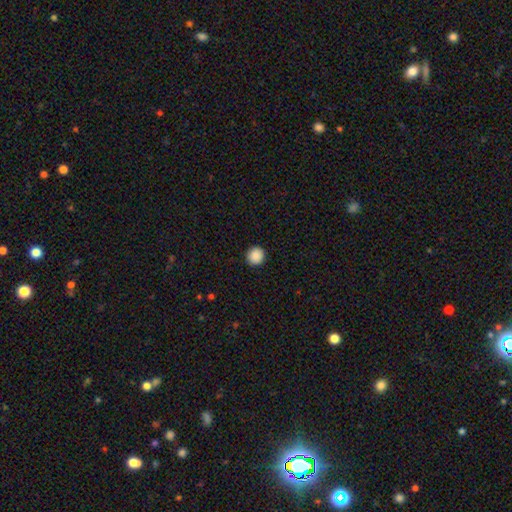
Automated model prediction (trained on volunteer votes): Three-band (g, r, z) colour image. It shows a smooth galaxy with no disk features (89%) that is round (94%). Merging: none (93%).